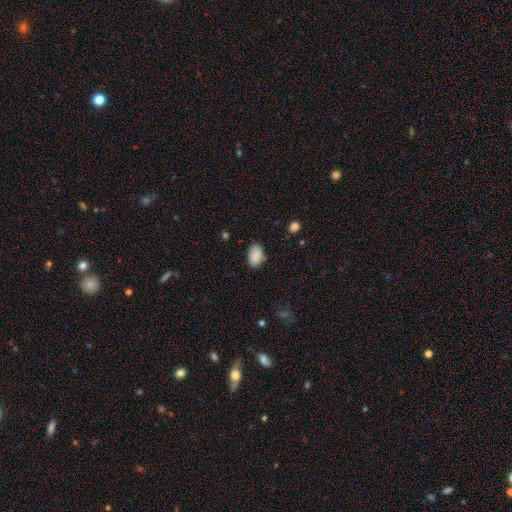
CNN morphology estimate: smooth 88%, star or artifact 7%, featured or disk 4%. Down the decision tree: how rounded — in between (91%); merging — none (80%).